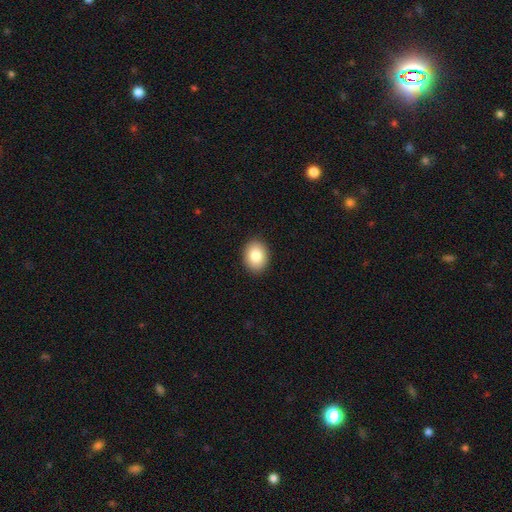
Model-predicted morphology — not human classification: smooth_or_featured: smooth (p=0.85) [alt: star or artifact p=0.08]
how_rounded: in between (p=0.60) [alt: round p=0.39]
merging: none (p=0.91) [alt: minor disturbance p=0.07]